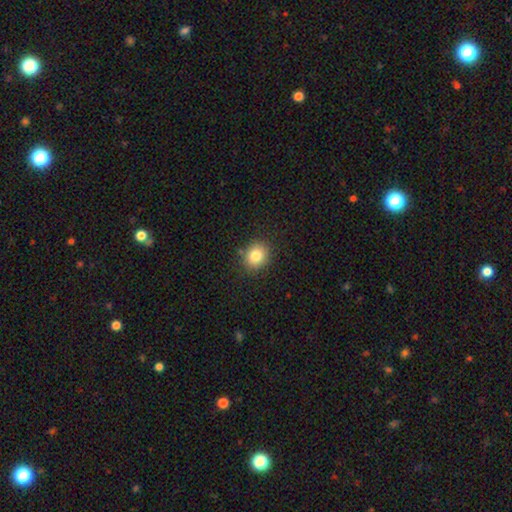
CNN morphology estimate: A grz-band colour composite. It shows a smooth galaxy with no disk features (82%) that is round (73%). Merging: none (86%).